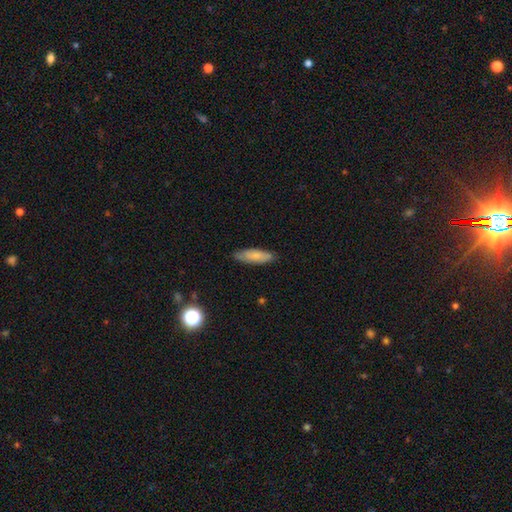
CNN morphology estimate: This appears to be a smooth galaxy with no disk features (76%) that is cigar-shaped (52%). Merging: none (82%).